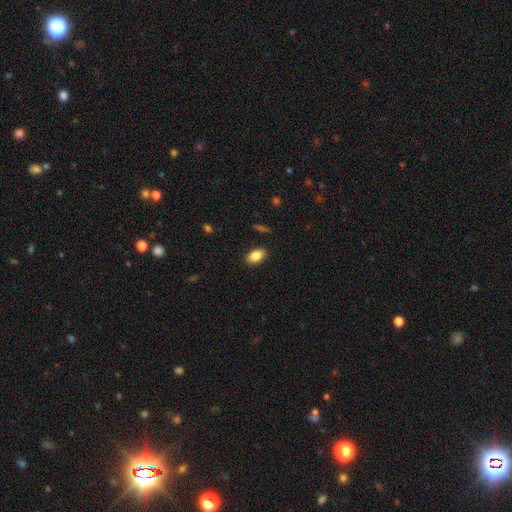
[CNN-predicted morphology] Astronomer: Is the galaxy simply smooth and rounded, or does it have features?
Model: smooth — 86%.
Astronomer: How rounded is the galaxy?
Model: in between — 91%.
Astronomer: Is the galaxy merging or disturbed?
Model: none — 88%.